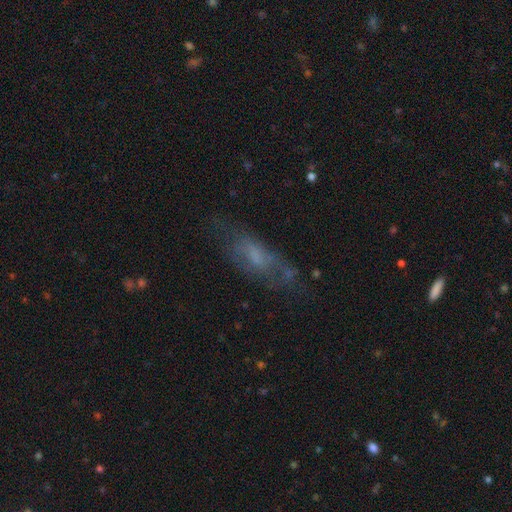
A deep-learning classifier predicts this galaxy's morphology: Smooth or featured: featured or disk — 45% (smooth — 42%)
Merging: none — 57% (minor disturbance — 23%)